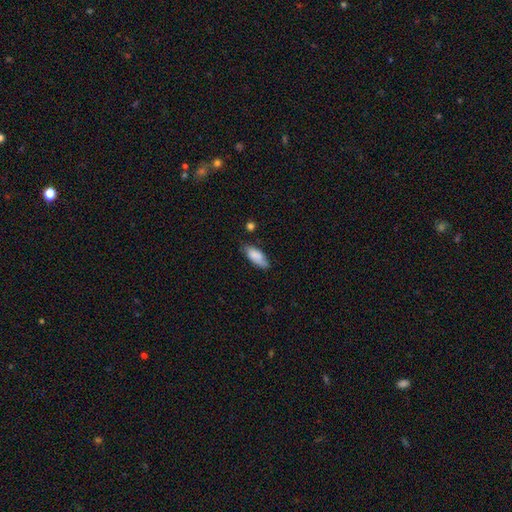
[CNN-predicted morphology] A smooth galaxy with no disk features (78%) that is in between round and cigar-shaped (79%). Merging: none (66%).